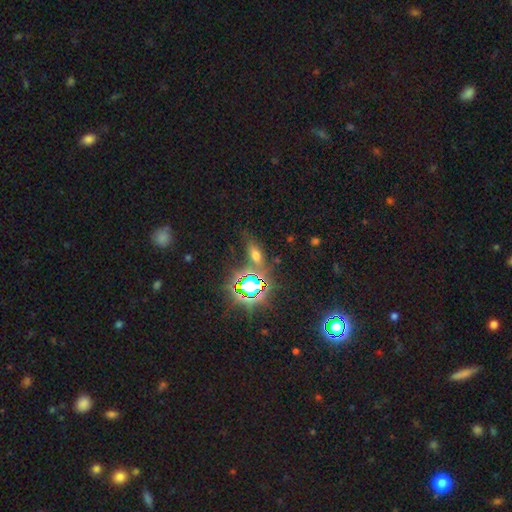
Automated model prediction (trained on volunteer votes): smooth 47%, star or artifact 38%, featured or disk 14%. Down the decision tree: merging — none (71%).